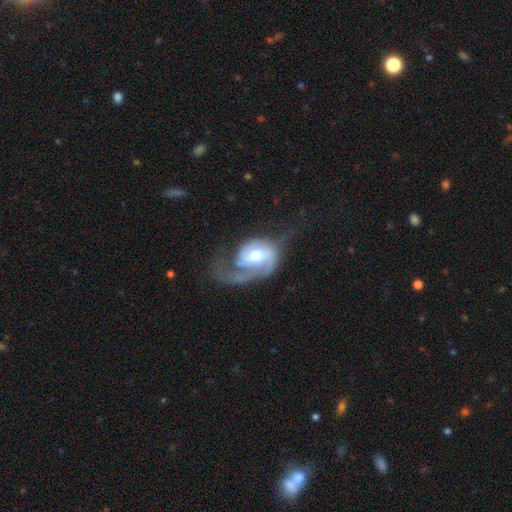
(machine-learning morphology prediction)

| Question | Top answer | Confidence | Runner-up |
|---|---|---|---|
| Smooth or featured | featured or disk | 80% | smooth (15%) |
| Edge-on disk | no | 97% | yes (3%) |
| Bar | no | 49% | weak (39%) |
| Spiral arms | yes | 91% | no (9%) |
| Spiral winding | medium | 42% | loose (32%) |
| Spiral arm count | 2 | 43% | 1 (40%) |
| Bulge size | moderate | 68% | small (19%) |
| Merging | major disturbance | 43% | none (34%) |